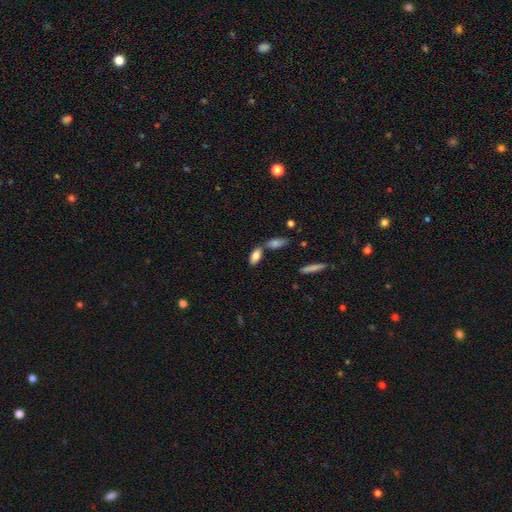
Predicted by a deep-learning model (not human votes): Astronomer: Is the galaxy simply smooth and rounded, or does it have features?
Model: smooth — 81%.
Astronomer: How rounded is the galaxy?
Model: in between — 85%.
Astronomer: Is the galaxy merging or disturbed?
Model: none — 60%.